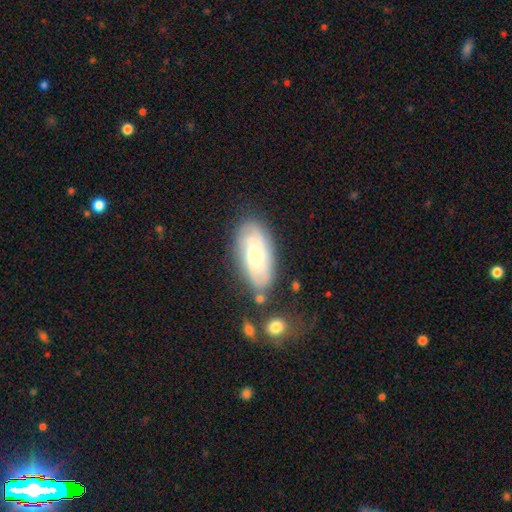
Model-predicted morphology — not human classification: Smooth or featured? Predicted: featured or disk (p=0.50). Merging? Predicted: none (p=0.71).